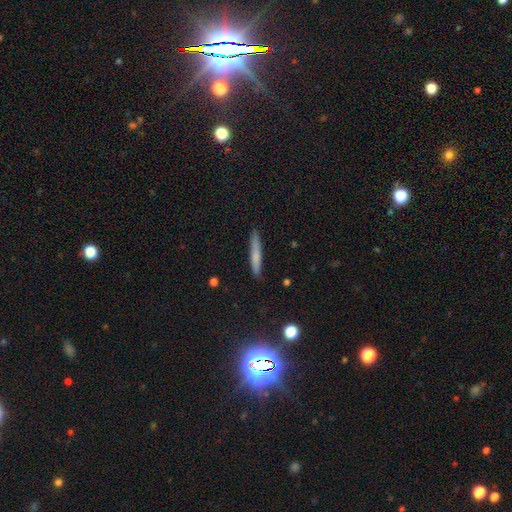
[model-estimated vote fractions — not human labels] This is likely a smooth galaxy (70%). How rounded: clearly cigar-shaped (94%). Merging: clearly none (89%).